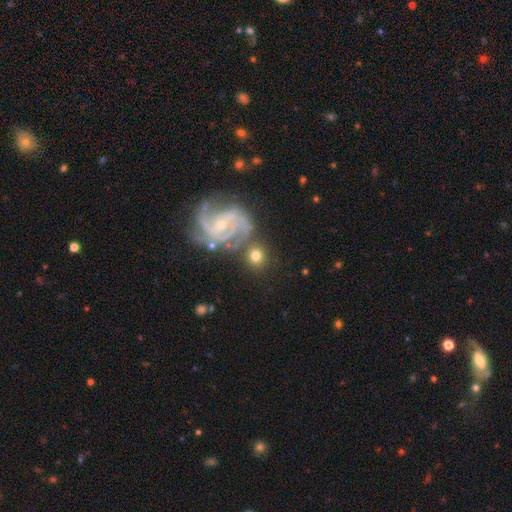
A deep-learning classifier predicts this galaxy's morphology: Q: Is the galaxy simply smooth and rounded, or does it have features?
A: smooth — 56%.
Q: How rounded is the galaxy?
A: round — 85%.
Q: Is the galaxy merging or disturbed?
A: none — 75%.